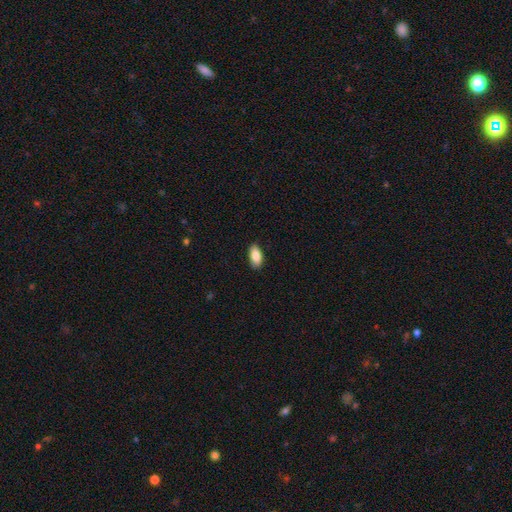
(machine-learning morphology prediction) smooth-or-featured: smooth: 87% | featured or disk: 7% | star or artifact: 6%
  how-rounded: in between: 91% | cigar-shaped: 6% | round: 3%
  merging: none: 87% | minor disturbance: 10% | major disturbance: 2% | merger: 1%